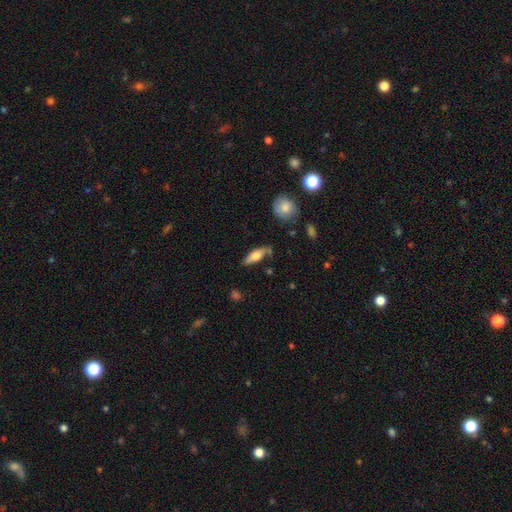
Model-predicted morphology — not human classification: smooth 59%, featured or disk 34%, star or artifact 6%. Down the decision tree: how rounded — in between (55%); merging — none (69%).